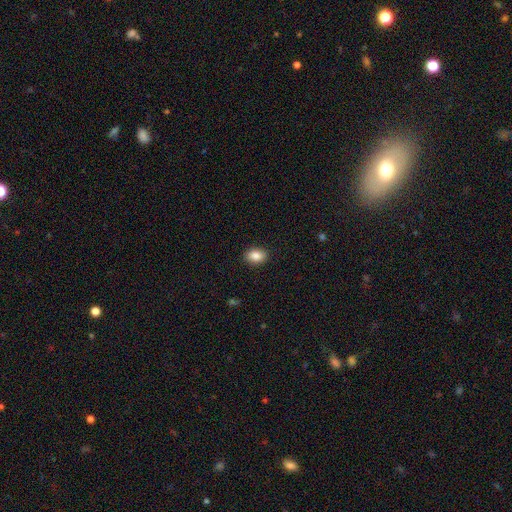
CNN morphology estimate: This appears to be a smooth galaxy with no disk features (87%) that is in between round and cigar-shaped (77%). Merging: none (90%).